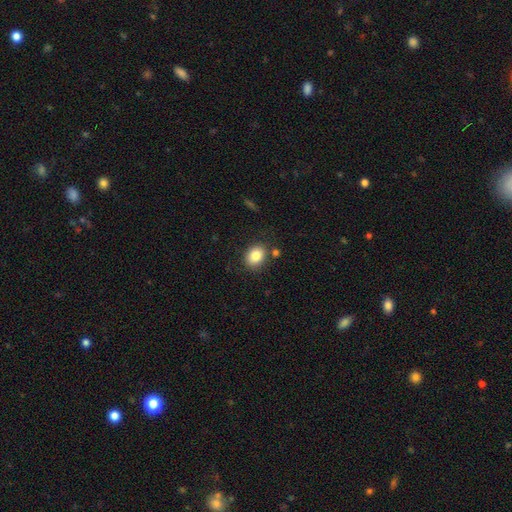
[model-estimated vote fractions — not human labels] Smooth or featured? smooth (83%)
How rounded? in between (56%)
Merging? none (81%)